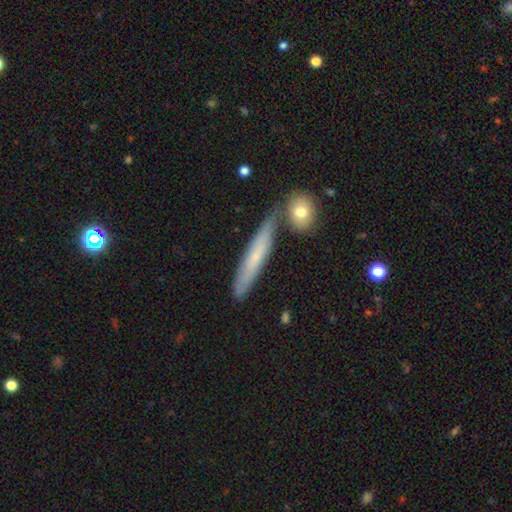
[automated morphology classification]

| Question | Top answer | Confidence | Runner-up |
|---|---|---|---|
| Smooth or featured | smooth | 58% | featured or disk (35%) |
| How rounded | cigar-shaped | 91% | in between (7%) |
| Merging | none | 75% | minor disturbance (13%) |